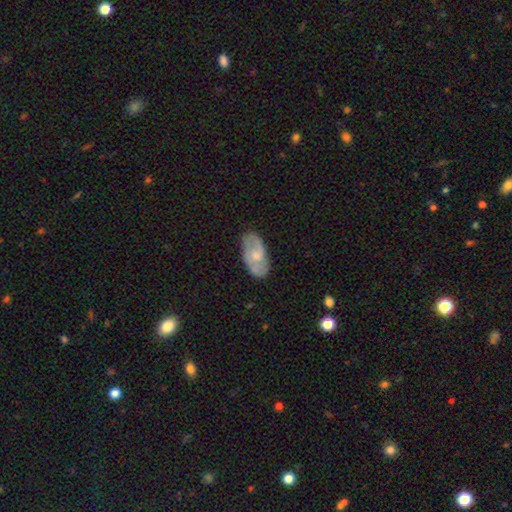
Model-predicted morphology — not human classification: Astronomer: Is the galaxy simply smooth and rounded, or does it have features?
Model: featured or disk — 56% (runner-up: smooth, 38%).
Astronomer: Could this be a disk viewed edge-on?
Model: no — 94%.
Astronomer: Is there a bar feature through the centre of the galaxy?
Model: no — 62%.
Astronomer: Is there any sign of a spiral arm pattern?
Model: yes — 75%.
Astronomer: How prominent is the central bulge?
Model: moderate — 49% (runner-up: small, 40%).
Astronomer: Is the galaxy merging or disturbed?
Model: none — 80%.